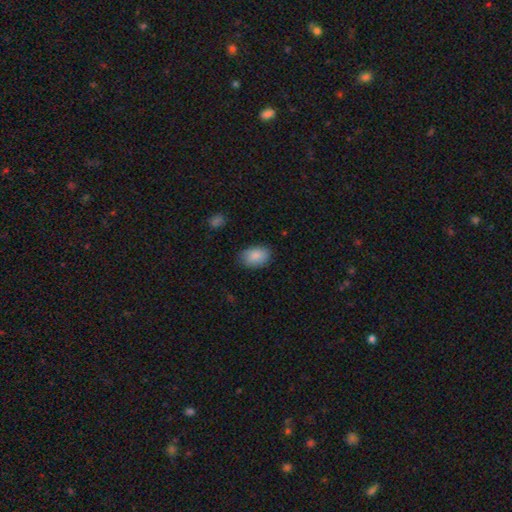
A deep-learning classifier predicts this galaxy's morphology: smooth-or-featured: smooth: 88% | star or artifact: 7% | featured or disk: 5%
  how-rounded: in between: 86% | round: 13% | cigar-shaped: 1%
  merging: none: 81% | minor disturbance: 15% | major disturbance: 3% | merger: 1%